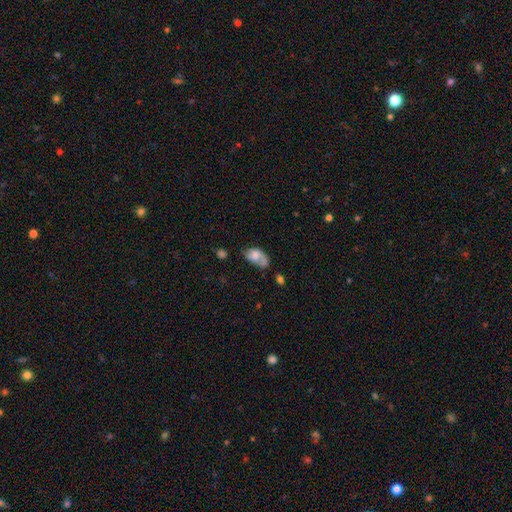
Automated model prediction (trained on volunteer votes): Morphology: type=smooth (58%); roundness=in between (89%); merging=none (32%).